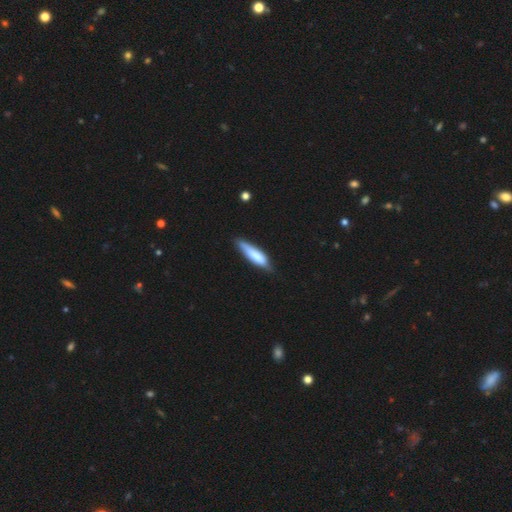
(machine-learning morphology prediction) The model was most divided on "merging": none: 68%, minor disturbance: 26%, major disturbance: 4%, merger: 2%. More confident: smooth or featured — smooth (74%); how rounded — cigar-shaped (71%).